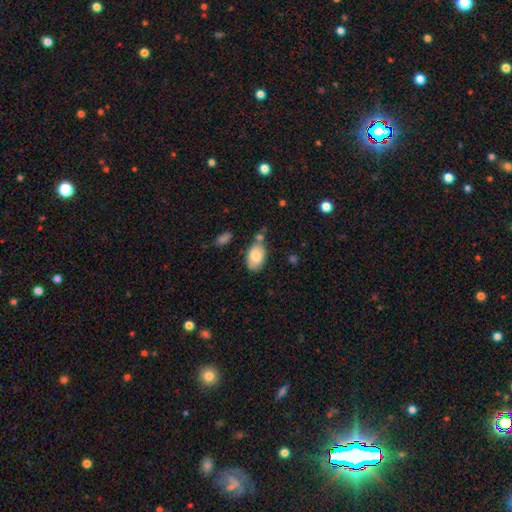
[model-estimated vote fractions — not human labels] Q: Smooth or featured?
A: smooth (79%); runner-up: featured or disk (14%)
Q: How rounded?
A: in between (92%); runner-up: round (6%)
Q: Merging?
A: none (60%); runner-up: minor disturbance (22%)